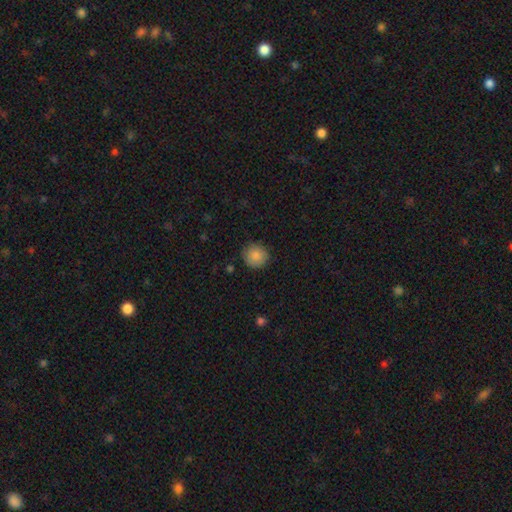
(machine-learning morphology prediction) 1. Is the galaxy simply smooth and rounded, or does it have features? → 86% smooth, 8% star or artifact, 6% featured or disk.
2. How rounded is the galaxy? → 92% round, 7% in between, 1% cigar-shaped.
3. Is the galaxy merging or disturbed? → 87% none, 10% minor disturbance, 2% major disturbance, 1% merger.